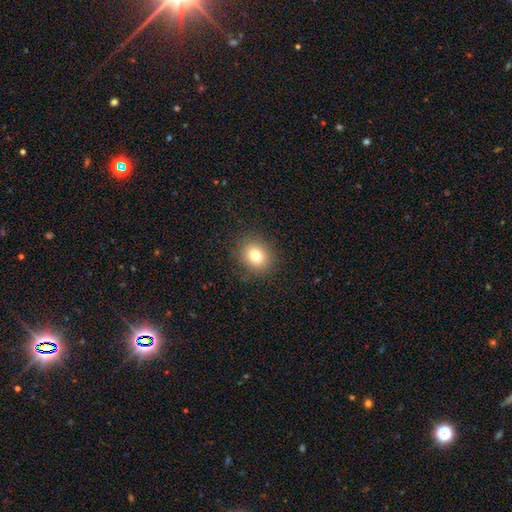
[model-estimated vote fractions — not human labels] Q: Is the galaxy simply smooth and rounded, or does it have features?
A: smooth — 78%.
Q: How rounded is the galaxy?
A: round — 67%.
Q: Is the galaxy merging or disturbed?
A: none — 87%.